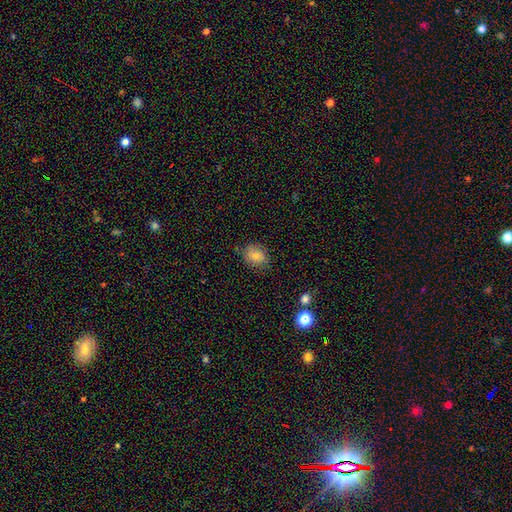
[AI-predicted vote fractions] Overall: smooth (75%). How rounded: in between (52%; round 47%). Merging: none (79%).